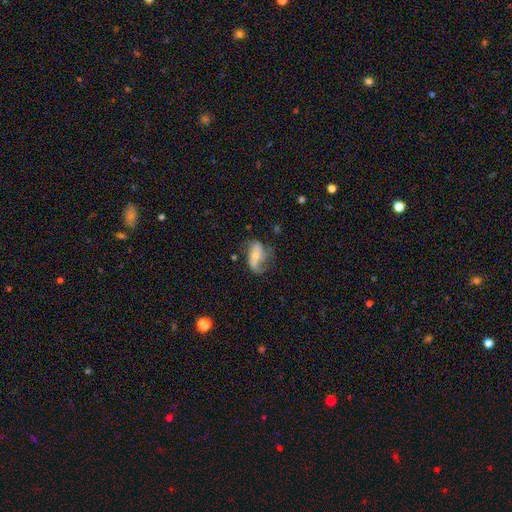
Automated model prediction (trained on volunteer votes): The model was most divided on "bulge size": small: 50%, moderate: 44%, large: 3%, none: 3%, dominant: 1%. Remaining: edge-on disk — no (94%); spiral arms — yes (83%); smooth or featured — featured or disk (64%); merging — none (50%); bar — no (50%).